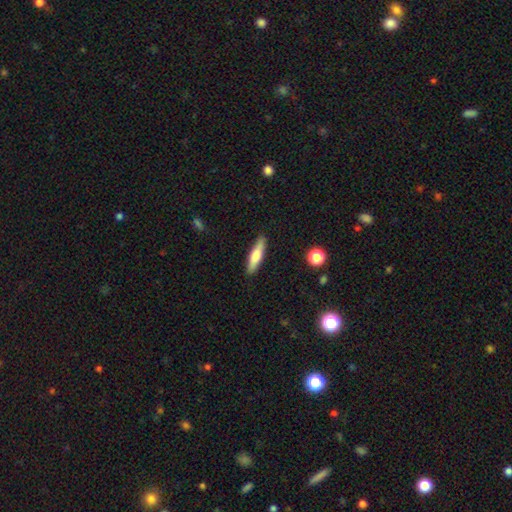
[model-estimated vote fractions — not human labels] Morphology: type=smooth (67%); roundness=cigar-shaped (76%); merging=none (87%).